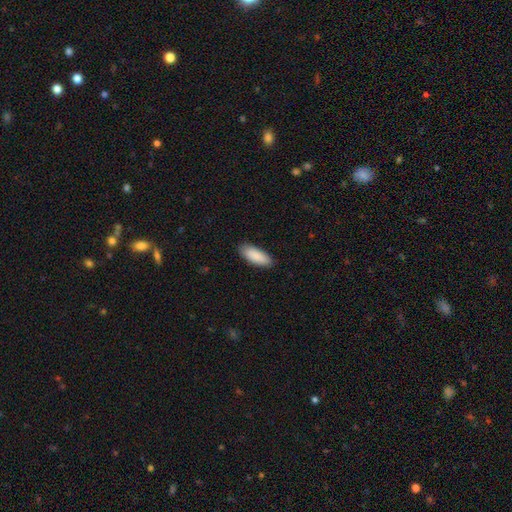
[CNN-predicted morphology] smooth-or-featured: smooth: 90% | star or artifact: 5% | featured or disk: 4%
  how-rounded: in between: 77% | cigar-shaped: 21% | round: 2%
  merging: none: 88% | minor disturbance: 9% | major disturbance: 2% | merger: 1%